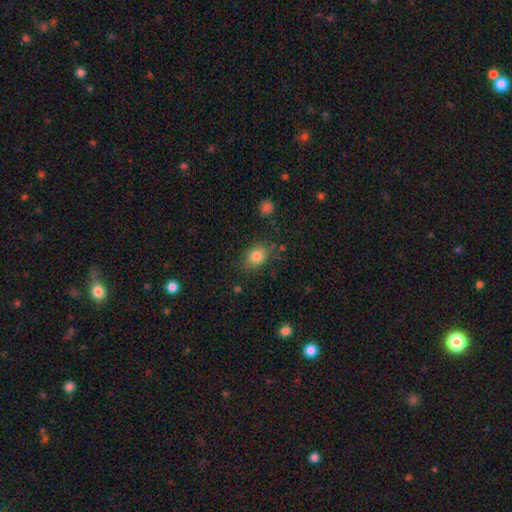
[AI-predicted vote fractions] A smooth galaxy with no disk features (82%) that is in between round and cigar-shaped (58%). Merging: none (76%).